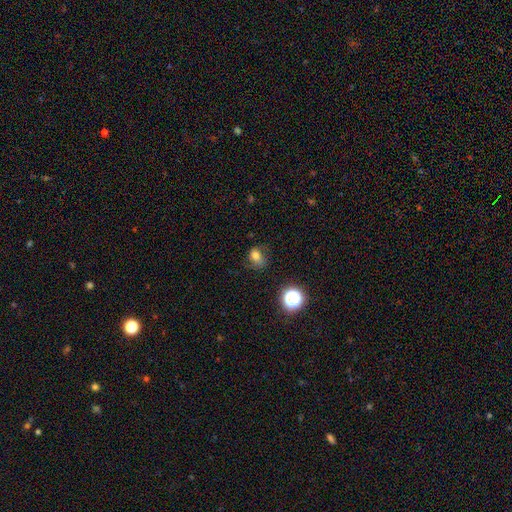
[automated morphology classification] Smooth or featured?
  - smooth: 73% *
  - star or artifact: 16%
  - featured or disk: 11%
How rounded?
  - in between: 56% *
  - round: 43%
  - cigar-shaped: 1%
Merging?
  - none: 55% *
  - minor disturbance: 27%
  - major disturbance: 15%
  - merger: 2%